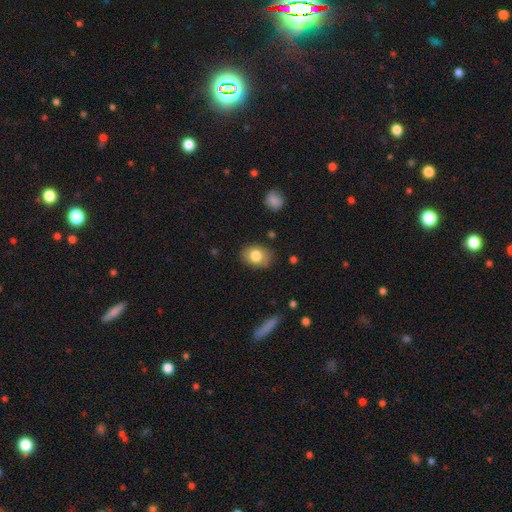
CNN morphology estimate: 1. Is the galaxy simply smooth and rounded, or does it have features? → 80% smooth, 12% featured or disk, 8% star or artifact.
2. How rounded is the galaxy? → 67% in between, 32% round, 1% cigar-shaped.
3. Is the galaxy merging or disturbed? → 83% none, 13% minor disturbance, 3% major disturbance, 1% merger.